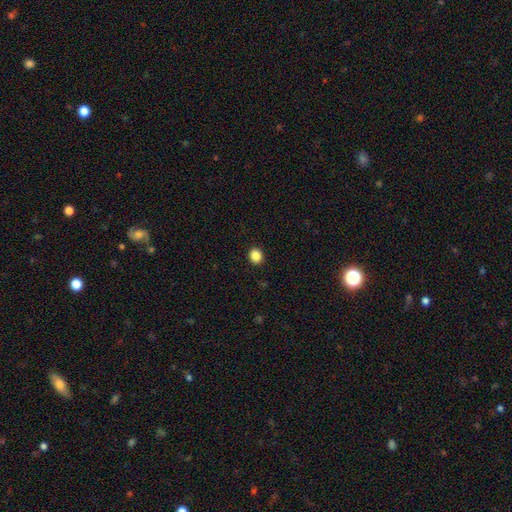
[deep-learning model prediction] Morphology: type=smooth (87%); roundness=round (77%); merging=none (92%).